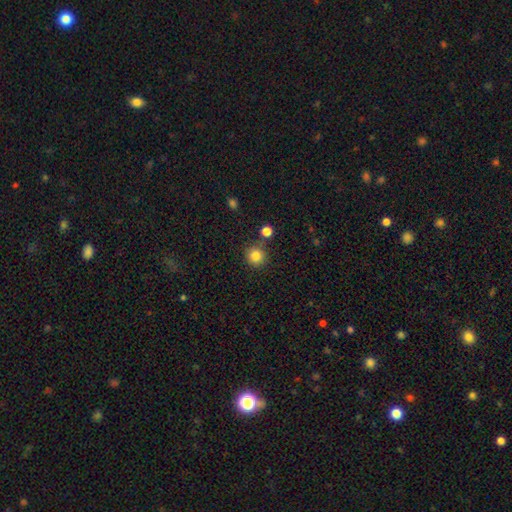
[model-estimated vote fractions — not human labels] A smooth galaxy with no disk features (84%) that is round (93%). Merging: none (82%).